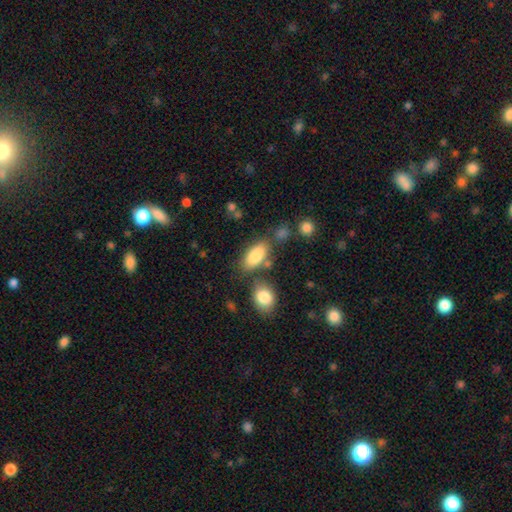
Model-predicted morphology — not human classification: This appears to be a smooth galaxy with no disk features (84%) that is in between round and cigar-shaped (89%). Merging: none (67%).